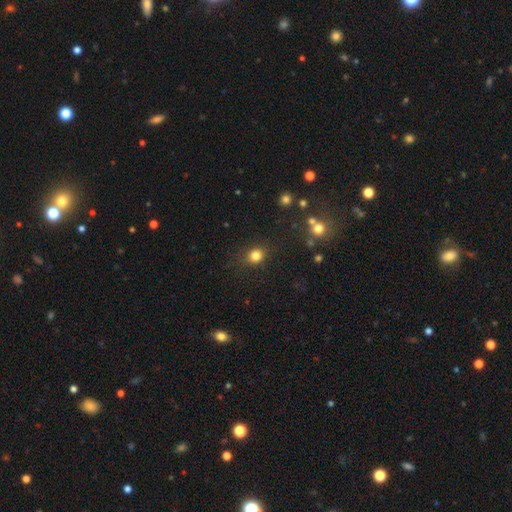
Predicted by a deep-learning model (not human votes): smooth 82%, star or artifact 12%, featured or disk 6%. Down the decision tree: how rounded — round (73%); merging — none (83%).